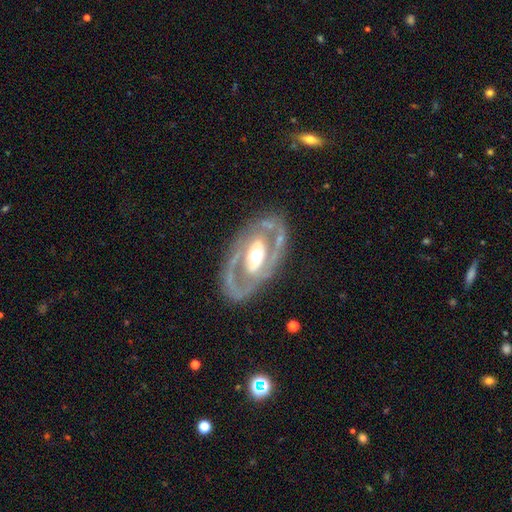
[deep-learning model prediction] The model was most divided on "spiral winding": tight: 46%, medium: 40%, loose: 14%. Remaining: edge-on disk — no (92%); smooth or featured — featured or disk (84%); merging — none (80%); spiral arm count — 2 (77%); spiral arms — yes (69%); bulge size — moderate (68%); bar — no (41%).